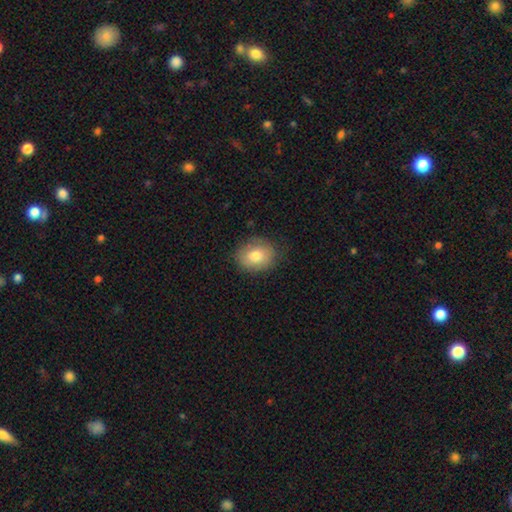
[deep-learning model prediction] A smooth galaxy with no disk features (78%) that is in between round and cigar-shaped (51%).

Vote fractions:
- Smooth or featured? smooth: 78% / featured or disk: 14% / star or artifact: 8%
- How rounded? in between: 51% / round: 48% / cigar-shaped: 1%
- Merging? none: 80% / minor disturbance: 15% / major disturbance: 4% / merger: 1%